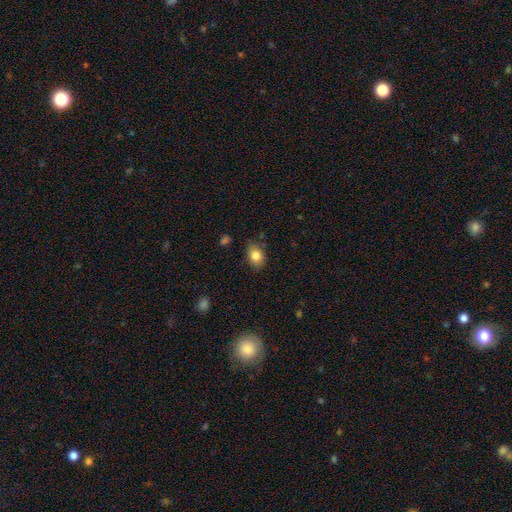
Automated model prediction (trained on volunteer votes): Smooth or featured? Predicted: smooth (p=0.83). How rounded? Predicted: in between (p=0.70). Merging? Predicted: none (p=0.78).